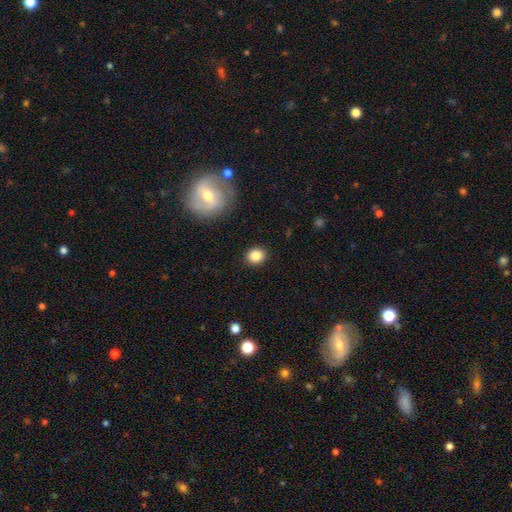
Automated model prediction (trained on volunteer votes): A smooth galaxy with no disk features (86%) that is round (61%). Merging: none (89%).